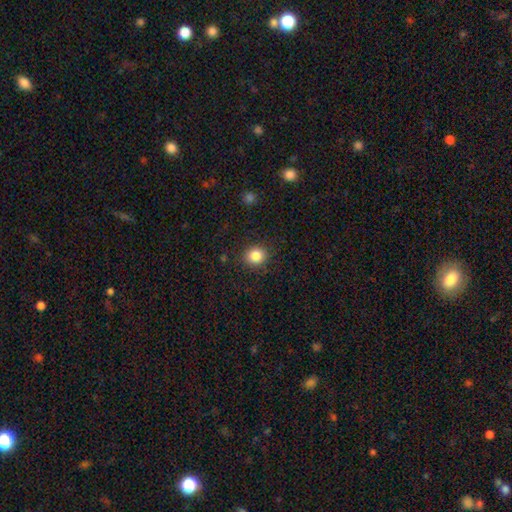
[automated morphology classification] Smooth or featured? smooth (85%)
How rounded? round (82%)
Merging? none (88%)